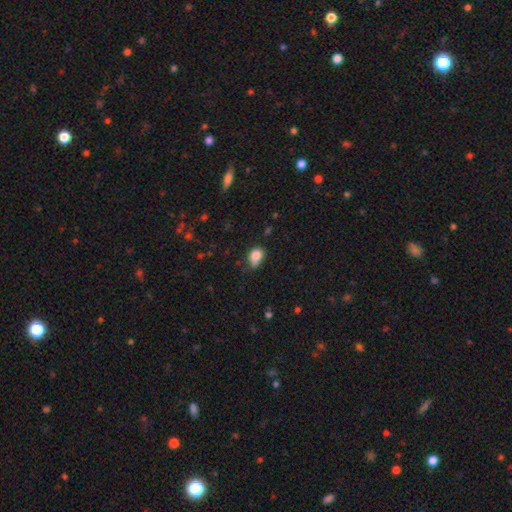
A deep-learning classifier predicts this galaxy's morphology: Smooth or featured: smooth — 83% (star or artifact — 10%)
How rounded: in between — 53% (round — 46%)
Merging: none — 50% (minor disturbance — 35%)